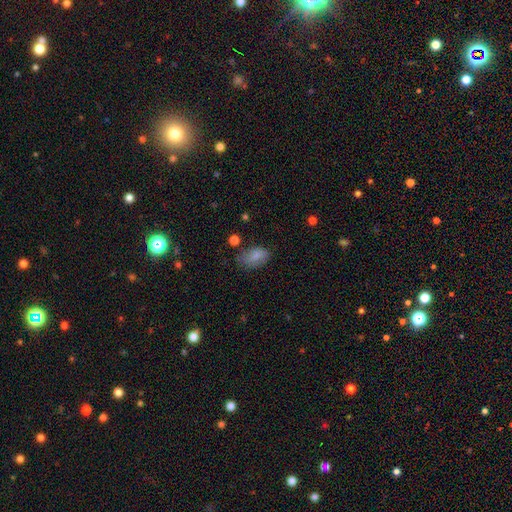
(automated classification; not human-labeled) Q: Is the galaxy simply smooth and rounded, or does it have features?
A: smooth — 81%.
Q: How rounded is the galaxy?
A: in between — 91%.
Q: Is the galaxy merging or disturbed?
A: none — 61%.